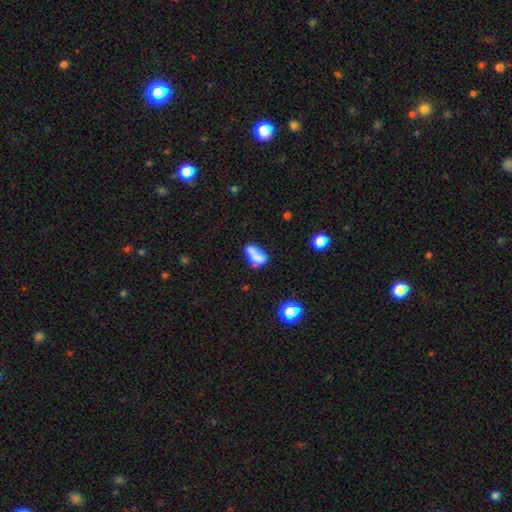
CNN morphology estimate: The model was most divided on "merging": merger: 35%, none: 31%, minor disturbance: 20%, major disturbance: 15%. More confident: how rounded — in between (80%); smooth or featured — smooth (65%).